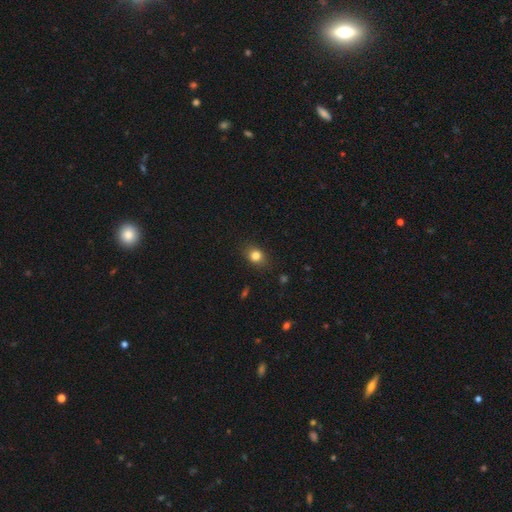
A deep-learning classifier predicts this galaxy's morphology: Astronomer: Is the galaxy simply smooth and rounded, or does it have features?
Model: smooth — 81%.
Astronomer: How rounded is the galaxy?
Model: round — 50% (runner-up: in between, 49%).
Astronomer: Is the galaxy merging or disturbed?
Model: none — 85%.